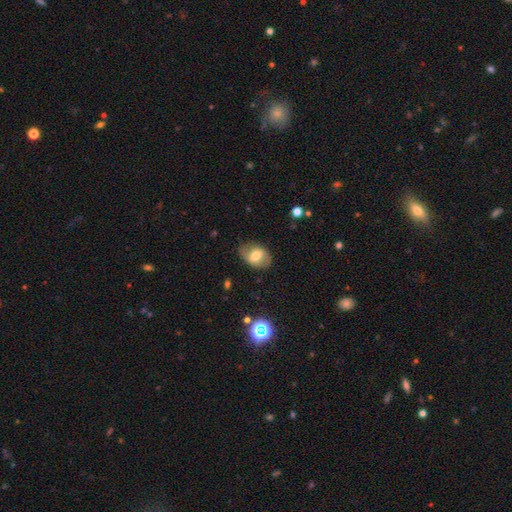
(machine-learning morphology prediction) The model was most divided on "smooth or featured": smooth: 59%, featured or disk: 33%, star or artifact: 9%. More confident: how rounded — in between (76%); merging — none (75%).